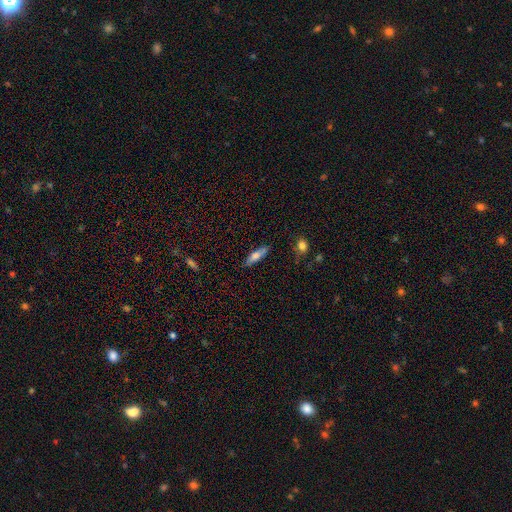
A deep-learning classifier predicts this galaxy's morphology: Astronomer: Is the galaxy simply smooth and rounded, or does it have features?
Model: smooth — 63%.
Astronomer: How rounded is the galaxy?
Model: cigar-shaped — 62%.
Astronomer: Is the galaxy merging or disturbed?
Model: none — 80%.